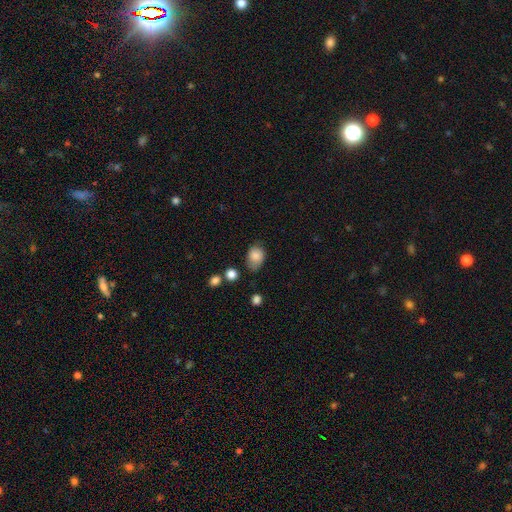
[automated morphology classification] Smooth or featured: smooth — 84% (star or artifact — 8%)
How rounded: in between — 67% (round — 32%)
Merging: none — 58% (minor disturbance — 31%)